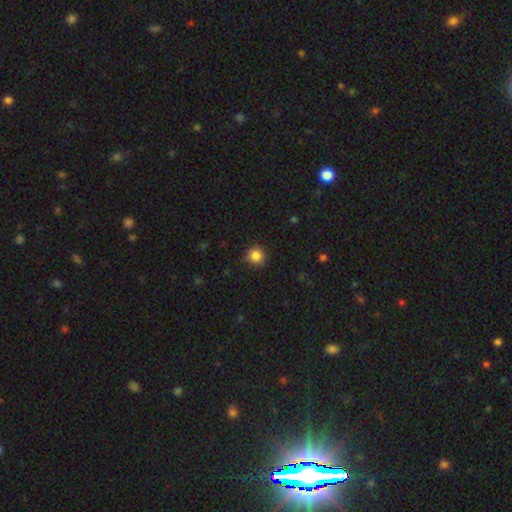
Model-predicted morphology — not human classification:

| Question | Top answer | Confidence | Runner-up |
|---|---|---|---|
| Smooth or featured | smooth | 85% | star or artifact (11%) |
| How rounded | round | 94% | in between (5%) |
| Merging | none | 89% | minor disturbance (8%) |